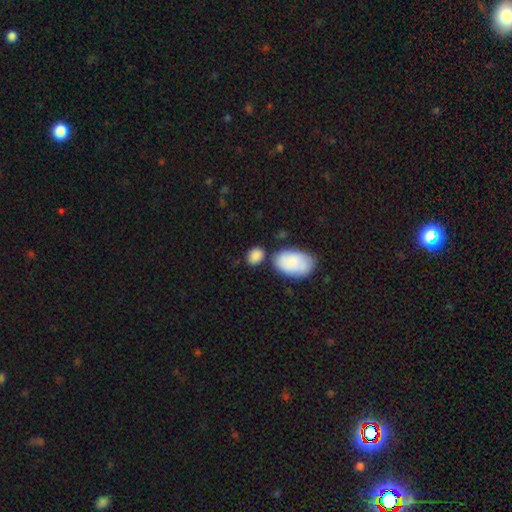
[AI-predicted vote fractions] This appears to be a smooth galaxy with no disk features (87%) that is in between round and cigar-shaped (76%). Merging: none (64%).